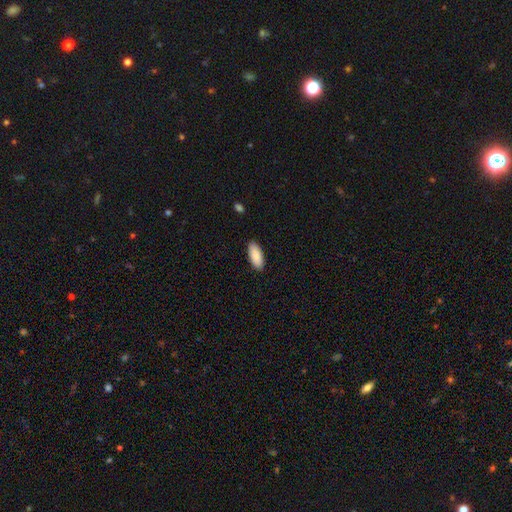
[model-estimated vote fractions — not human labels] Smooth or featured? smooth (88%)
How rounded? in between (86%)
Merging? none (89%)